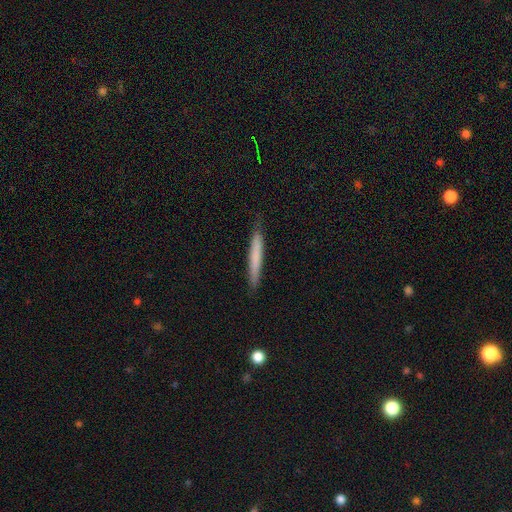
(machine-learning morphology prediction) Smooth or featured? Predicted: smooth (p=0.68). How rounded? Predicted: cigar-shaped (p=0.96). Merging? Predicted: none (p=0.84).